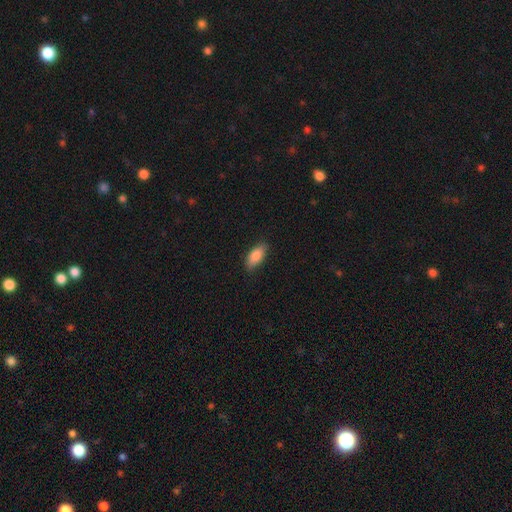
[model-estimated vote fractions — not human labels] This appears to be a smooth galaxy with no disk features (85%) that is in between round and cigar-shaped (85%). Merging: none (86%).